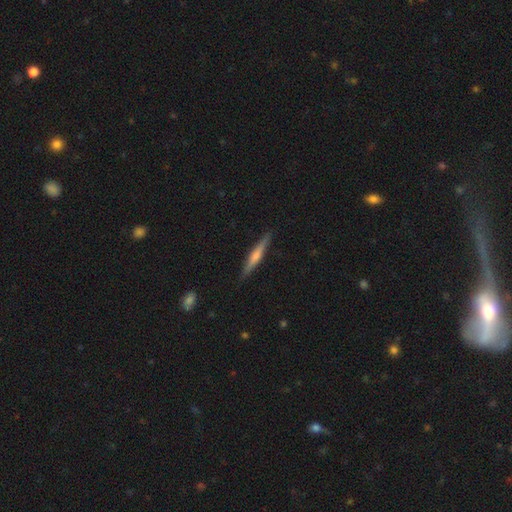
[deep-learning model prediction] Smooth or featured? Predicted: featured or disk (p=0.63). Edge-on disk? Predicted: yes (p=0.98). Edge-on bulge? Predicted: rounded (p=0.71). Merging? Predicted: none (p=0.90).